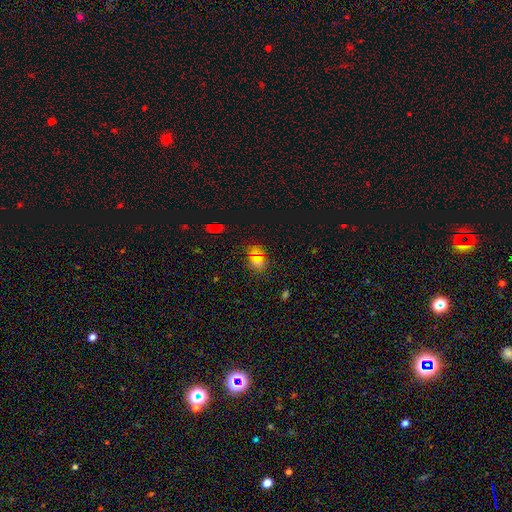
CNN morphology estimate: The model was most divided on "how rounded": in between: 56%, round: 41%, cigar-shaped: 3%. More confident: merging — none (68%); smooth or featured — smooth (55%).